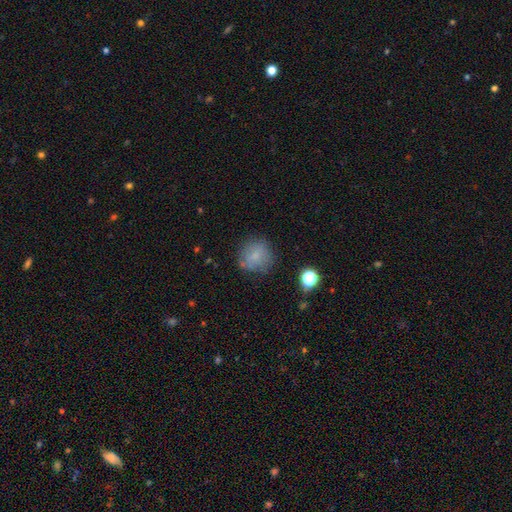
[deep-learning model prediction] Q: Smooth or featured?
A: smooth (74%); runner-up: featured or disk (14%)
Q: How rounded?
A: round (86%); runner-up: in between (13%)
Q: Merging?
A: none (71%); runner-up: minor disturbance (19%)